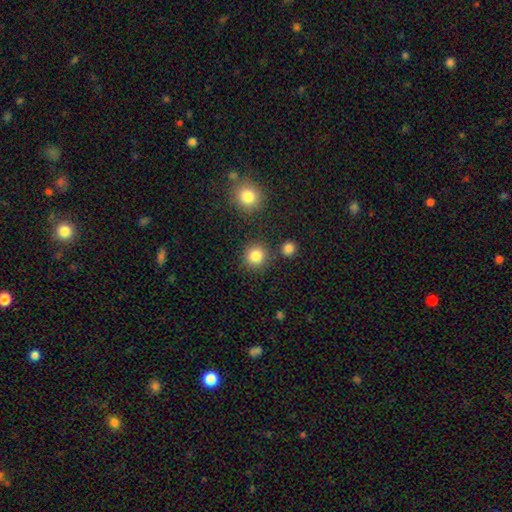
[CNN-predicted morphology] Smooth or featured: smooth — 85% (star or artifact — 11%)
How rounded: round — 92% (in between — 7%)
Merging: none — 84% (minor disturbance — 7%)